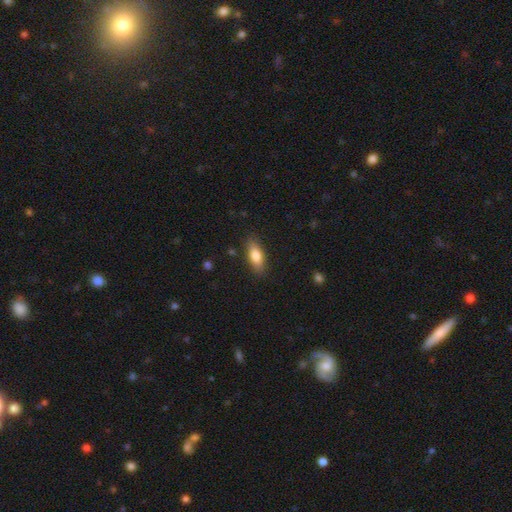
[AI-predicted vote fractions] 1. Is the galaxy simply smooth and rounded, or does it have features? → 80% smooth, 14% featured or disk, 7% star or artifact.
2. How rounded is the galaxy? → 74% in between, 24% cigar-shaped, 3% round.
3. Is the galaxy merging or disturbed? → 85% none, 11% minor disturbance, 3% major disturbance, 1% merger.